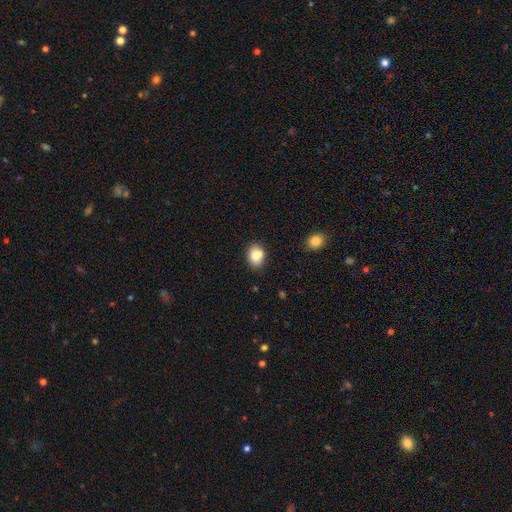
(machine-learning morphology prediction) Smooth or featured? Predicted: smooth (p=0.78). How rounded? Predicted: in between (p=0.59). Merging? Predicted: none (p=0.65).